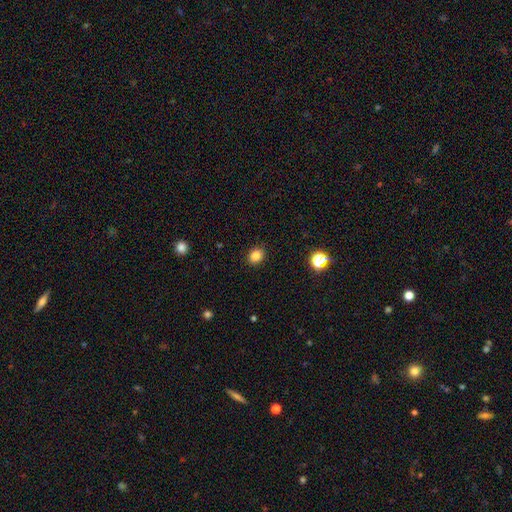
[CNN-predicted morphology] Smooth or featured? Predicted: smooth (p=0.84). How rounded? Predicted: round (p=0.66). Merging? Predicted: none (p=0.90).